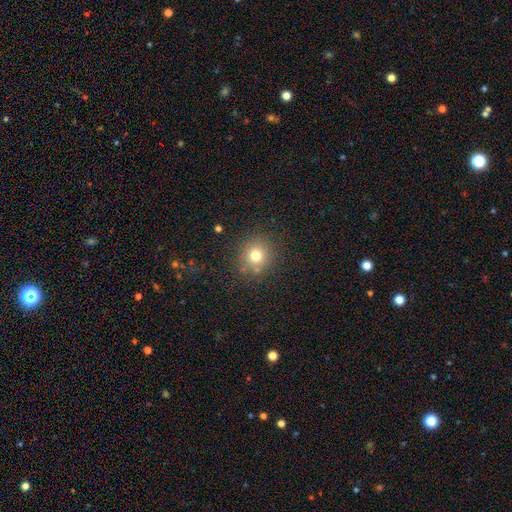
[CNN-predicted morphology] Smooth or featured: smooth — 74% (star or artifact — 16%)
How rounded: round — 88% (in between — 11%)
Merging: none — 83% (minor disturbance — 10%)